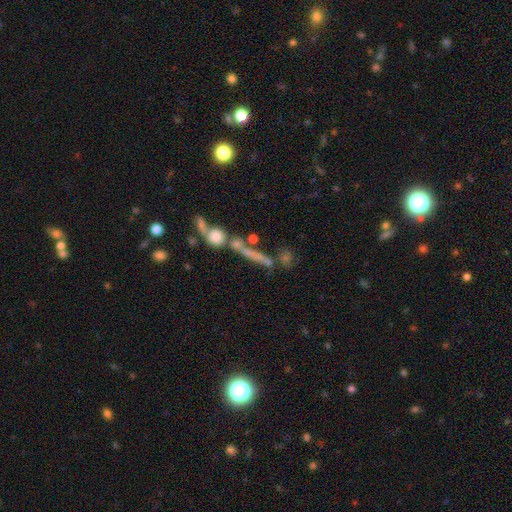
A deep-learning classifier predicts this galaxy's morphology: Overall: smooth (44%; featured or disk 37%). Merging: none (48%; merger 28%).